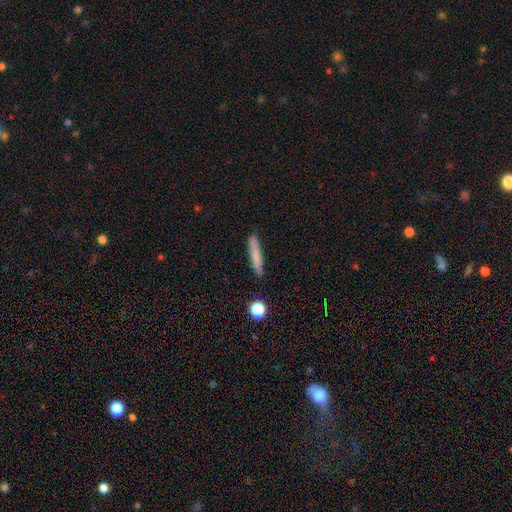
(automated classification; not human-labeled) Smooth or featured? Predicted: smooth (p=0.77). How rounded? Predicted: cigar-shaped (p=0.92). Merging? Predicted: none (p=0.87).